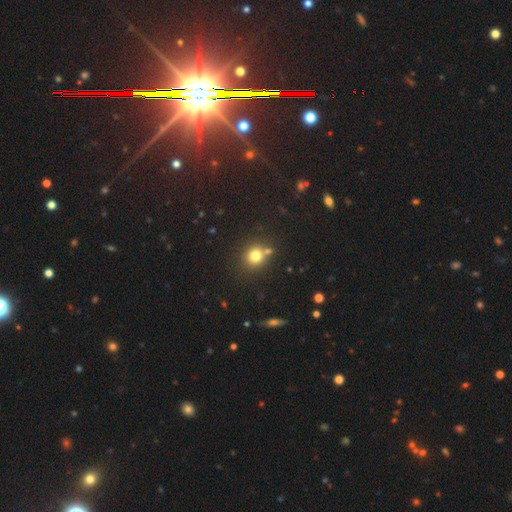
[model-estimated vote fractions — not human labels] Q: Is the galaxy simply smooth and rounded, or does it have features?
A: smooth — 77%.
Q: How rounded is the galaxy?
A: round — 87%.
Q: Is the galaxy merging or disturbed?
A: none — 70%.